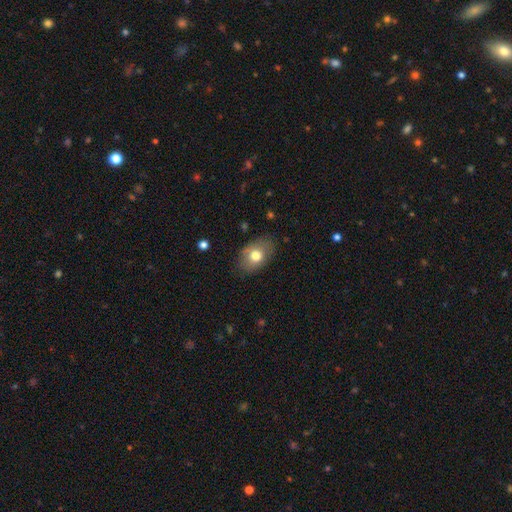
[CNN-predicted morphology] The model was most divided on "smooth or featured": smooth: 73%, featured or disk: 19%, star or artifact: 8%. More confident: how rounded — in between (80%); merging — none (78%).